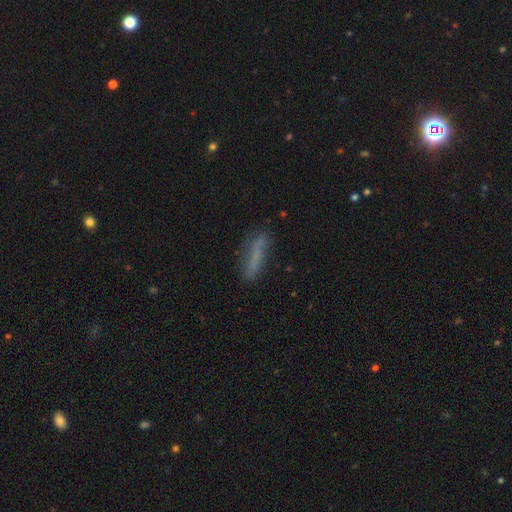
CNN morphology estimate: Smooth or featured? Predicted: smooth (p=0.67). How rounded? Predicted: cigar-shaped (p=0.82). Merging? Predicted: none (p=0.75).